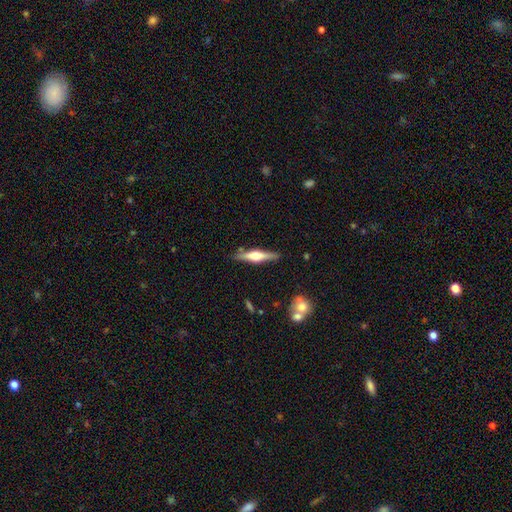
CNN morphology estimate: smooth-or-featured: featured or disk: 66% | smooth: 28% | star or artifact: 5%
  disk-edge-on: yes: 97% | no: 3%
    edge-on-bulge: rounded: 90% | boxy: 7% | none: 3%
  merging: none: 87% | minor disturbance: 9% | merger: 2% | major disturbance: 2%